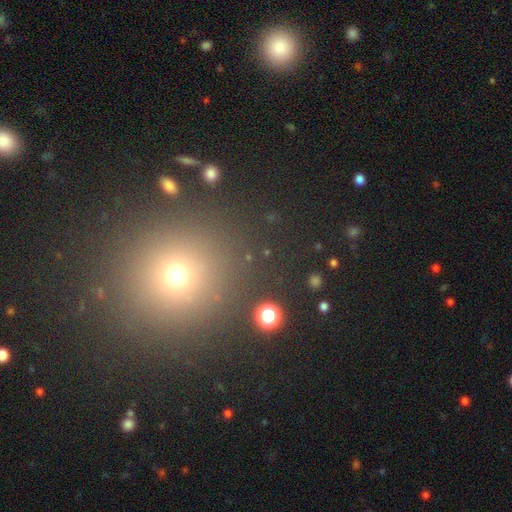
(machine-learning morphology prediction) smooth 55%, star or artifact 37%, featured or disk 8%. Down the decision tree: how rounded — round (90%); merging — none (88%).